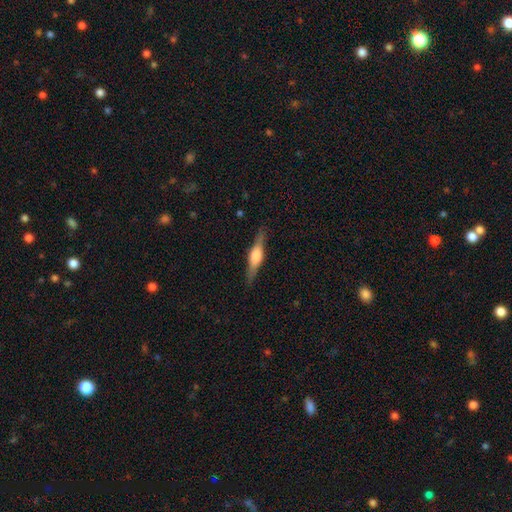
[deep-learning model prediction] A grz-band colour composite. It shows a featured or disk galaxy (64%) viewed edge-on (96%) with a rounded central bulge (82%). Merging: none (86%).